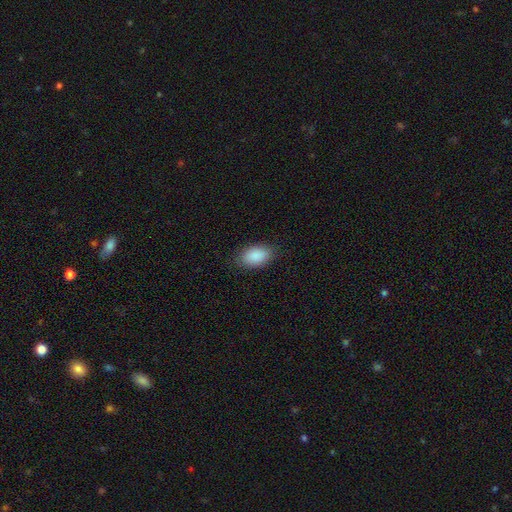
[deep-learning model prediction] smooth_or_featured: smooth (p=0.90) [alt: star or artifact p=0.06]
how_rounded: in between (p=0.93) [alt: round p=0.06]
merging: none (p=0.85) [alt: minor disturbance p=0.11]